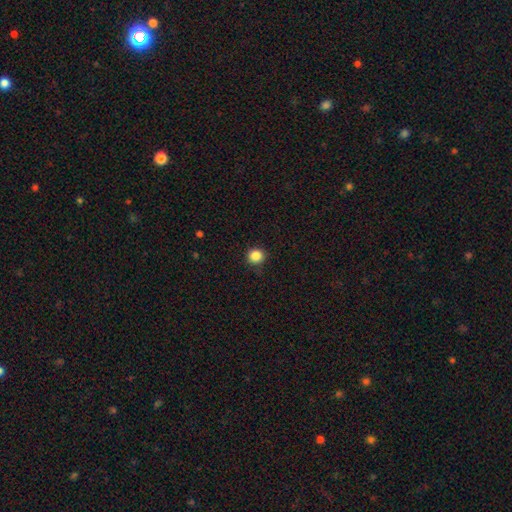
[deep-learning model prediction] smooth-or-featured: smooth: 86% | star or artifact: 11% | featured or disk: 3%
  how-rounded: round: 93% | in between: 6% | cigar-shaped: 1%
  merging: none: 89% | minor disturbance: 8% | major disturbance: 2% | merger: 1%